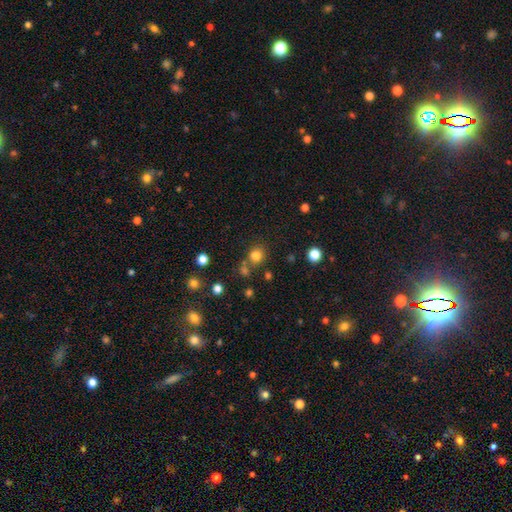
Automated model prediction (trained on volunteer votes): Smooth or featured? smooth (79%)
How rounded? round (80%)
Merging? none (68%)